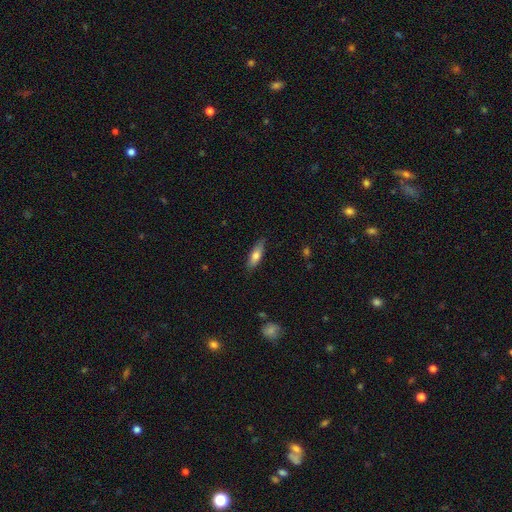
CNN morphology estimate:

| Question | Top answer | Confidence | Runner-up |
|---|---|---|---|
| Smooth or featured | smooth | 70% | featured or disk (24%) |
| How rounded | cigar-shaped | 51% | in between (47%) |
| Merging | none | 80% | minor disturbance (16%) |